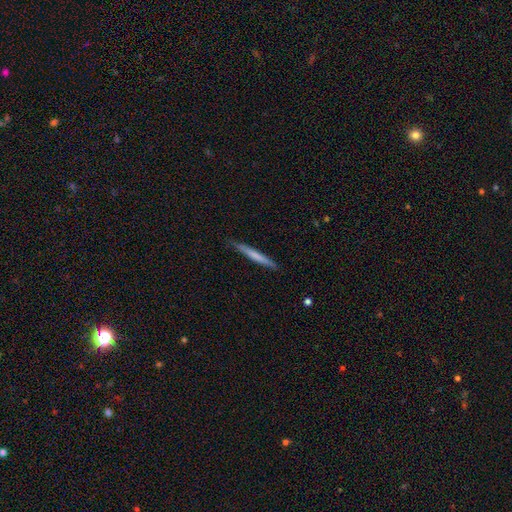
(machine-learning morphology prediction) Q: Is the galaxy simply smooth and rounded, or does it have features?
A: smooth — 61%.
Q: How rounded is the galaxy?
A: cigar-shaped — 97%.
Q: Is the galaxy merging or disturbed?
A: none — 85%.